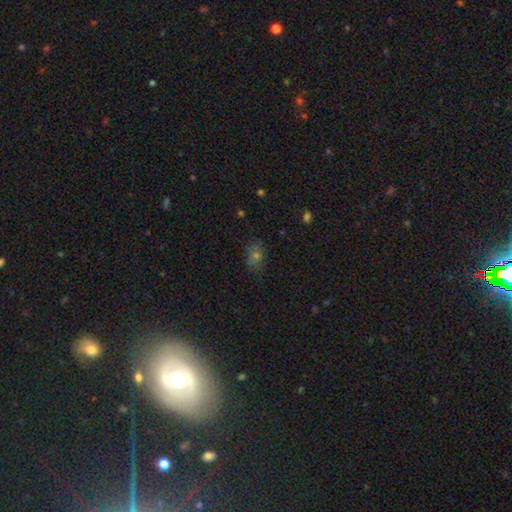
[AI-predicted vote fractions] Overall: smooth (50%; star or artifact 32%). How rounded: in between (65%; round 33%). Merging: none (77%).